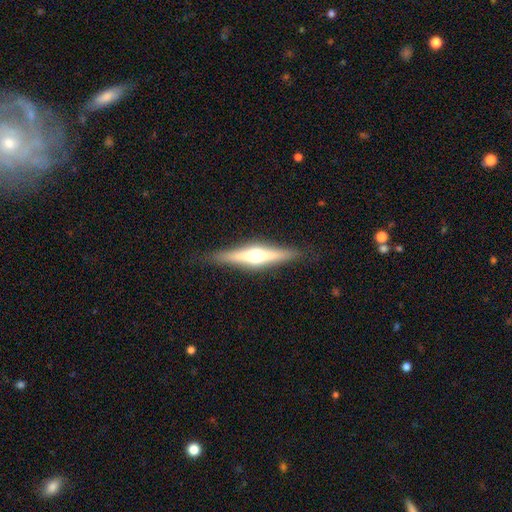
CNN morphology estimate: Smooth or featured?
  - featured or disk: 71% *
  - smooth: 23%
  - star or artifact: 6%
Edge-on disk?
  - yes: 97% *
  - no: 3%
Edge-on bulge?
  - rounded: 95% *
  - boxy: 3%
  - none: 2%
Merging?
  - none: 88% *
  - minor disturbance: 9%
  - major disturbance: 2%
  - merger: 1%